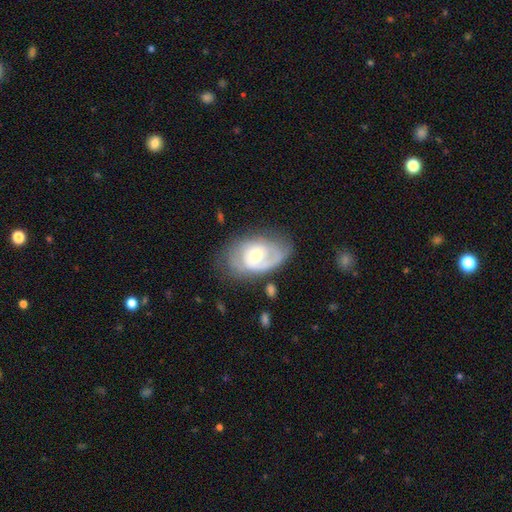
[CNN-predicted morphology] Q: Smooth or featured?
A: featured or disk (73%); runner-up: smooth (21%)
Q: Edge-on disk?
A: no (95%); runner-up: yes (5%)
Q: Bar?
A: no (55%); runner-up: weak (37%)
Q: Spiral arms?
A: yes (82%); runner-up: no (18%)
Q: Spiral winding?
A: tight (50%); runner-up: medium (34%)
Q: Spiral arm count?
A: 2 (37%); runner-up: can't tell (29%)
Q: Bulge size?
A: moderate (64%); runner-up: small (27%)
Q: Merging?
A: none (56%); runner-up: minor disturbance (25%)